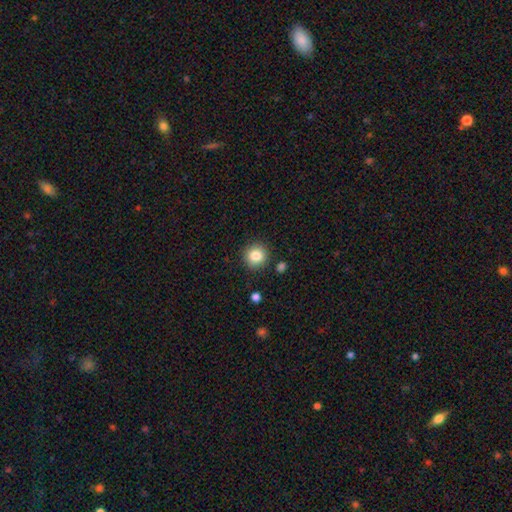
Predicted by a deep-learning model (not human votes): Overall: smooth (84%). How rounded: round (93%). Merging: none (88%).